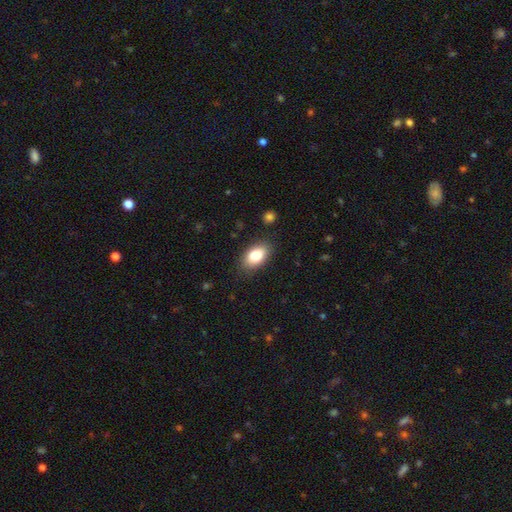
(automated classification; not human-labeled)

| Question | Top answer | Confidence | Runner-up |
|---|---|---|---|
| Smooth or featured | smooth | 83% | featured or disk (10%) |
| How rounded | in between | 92% | round (6%) |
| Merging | none | 85% | minor disturbance (11%) |